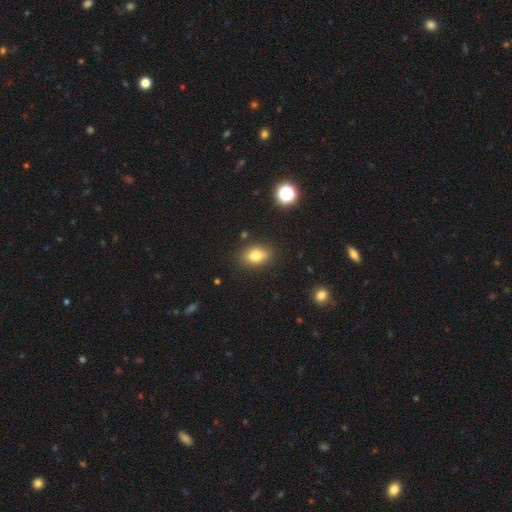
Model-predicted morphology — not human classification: smooth_or_featured: smooth (p=0.79) [alt: featured or disk p=0.11]
how_rounded: in between (p=0.82) [alt: round p=0.14]
merging: none (p=0.84) [alt: minor disturbance p=0.11]